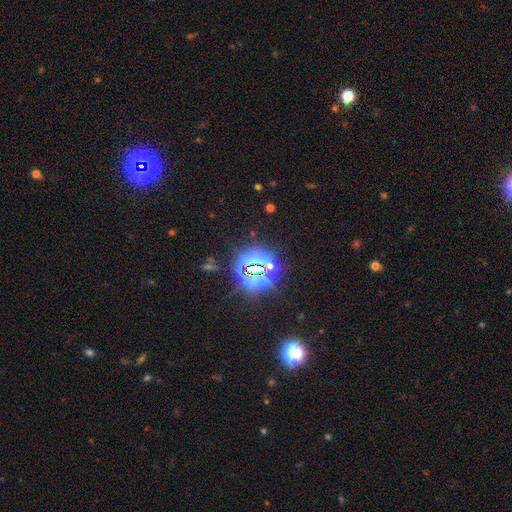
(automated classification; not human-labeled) A star or artifact, not a galaxy (80%).